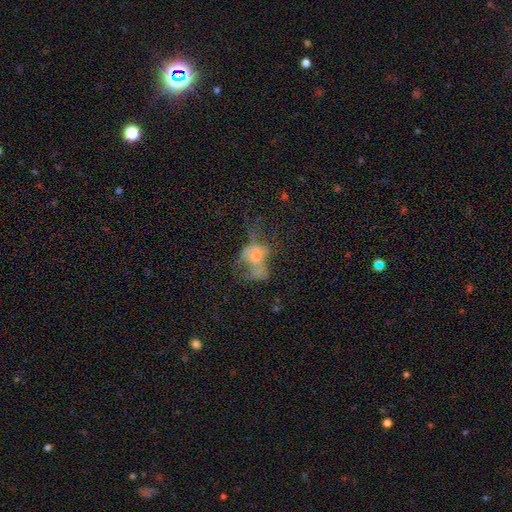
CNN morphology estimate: featured or disk 47%, smooth 35%, star or artifact 19%. Down the decision tree: merging — major disturbance (44%).